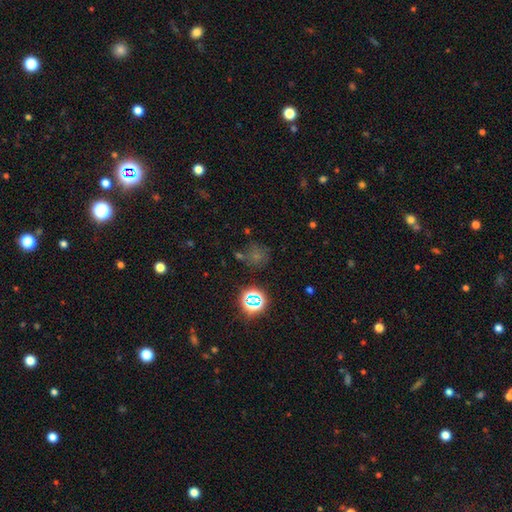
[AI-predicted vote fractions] star or artifact 50%, smooth 40%, featured or disk 10%.